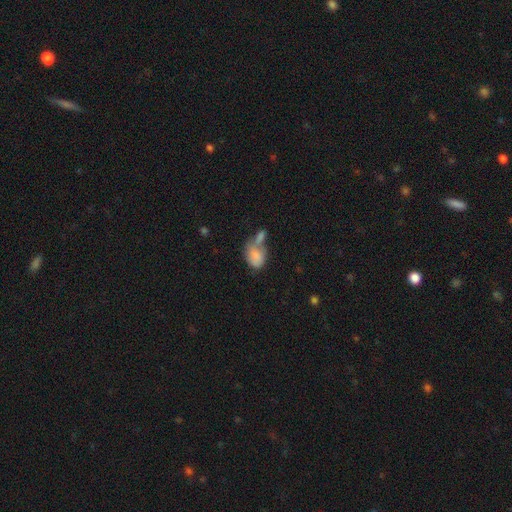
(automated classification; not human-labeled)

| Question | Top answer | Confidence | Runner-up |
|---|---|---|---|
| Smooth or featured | smooth | 79% | featured or disk (13%) |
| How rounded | in between | 82% | round (16%) |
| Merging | merger | 53% | none (20%) |